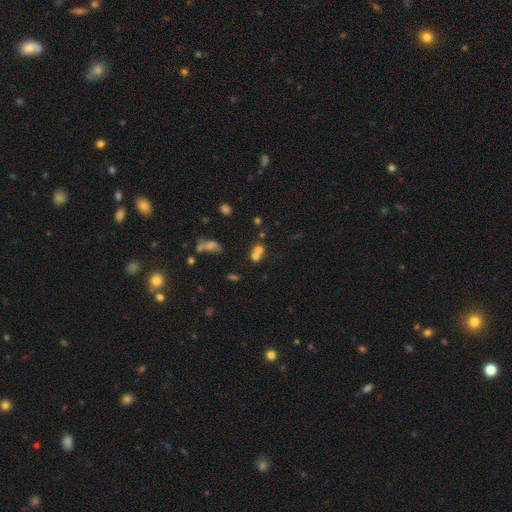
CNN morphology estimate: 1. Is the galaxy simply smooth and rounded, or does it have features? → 63% smooth, 20% featured or disk, 17% star or artifact.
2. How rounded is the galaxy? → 69% round, 29% in between, 2% cigar-shaped.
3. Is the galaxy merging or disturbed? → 60% merger, 29% none, 6% minor disturbance, 4% major disturbance.